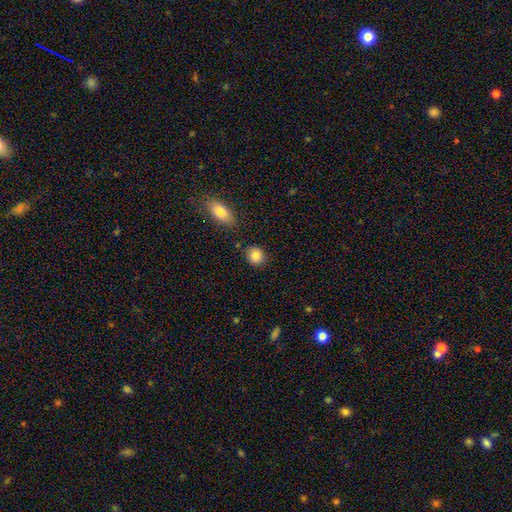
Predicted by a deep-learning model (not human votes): A smooth galaxy with no disk features (87%) that is round (76%).

Vote fractions:
- Smooth or featured? smooth: 87% / star or artifact: 8% / featured or disk: 5%
- How rounded? round: 76% / in between: 23% / cigar-shaped: 1%
- Merging? none: 83% / minor disturbance: 9% / merger: 4% / major disturbance: 3%